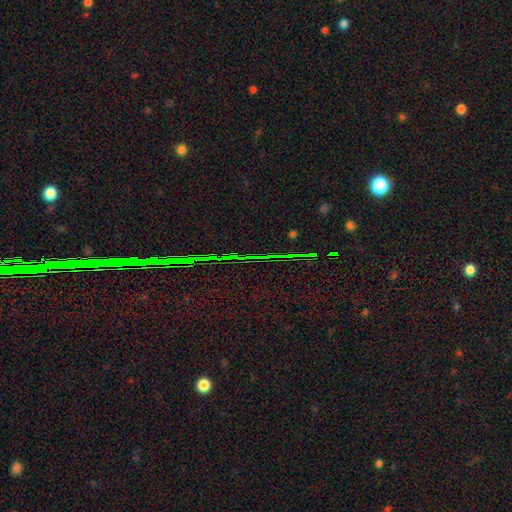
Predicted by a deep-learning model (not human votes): Smooth or featured: star or artifact — 81% (smooth — 10%)